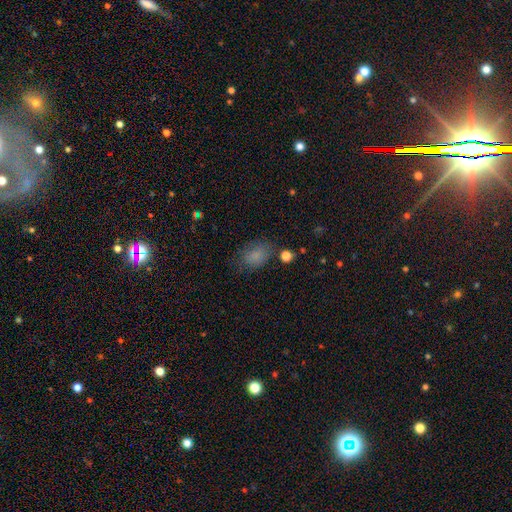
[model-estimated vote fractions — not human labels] A smooth galaxy with no disk features (81%) that is in between round and cigar-shaped (77%).

Vote fractions:
- Smooth or featured? smooth: 81% / star or artifact: 12% / featured or disk: 7%
- How rounded? in between: 77% / round: 22% / cigar-shaped: 1%
- Merging? none: 70% / minor disturbance: 20% / major disturbance: 7% / merger: 3%